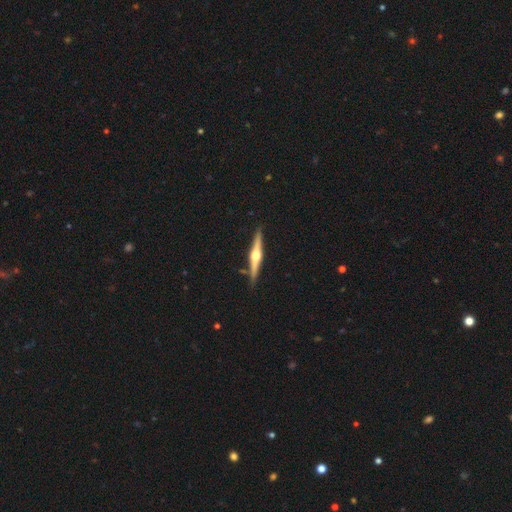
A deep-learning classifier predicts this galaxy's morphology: This appears to be a featured or disk galaxy (77%) viewed edge-on (98%) with a rounded central bulge (95%). Merging: none (88%).